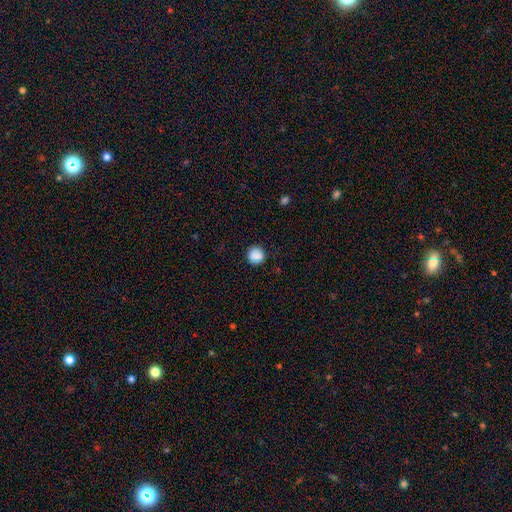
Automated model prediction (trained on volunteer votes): smooth 85%, star or artifact 10%, featured or disk 5%. Down the decision tree: how rounded — round (90%); merging — none (86%).